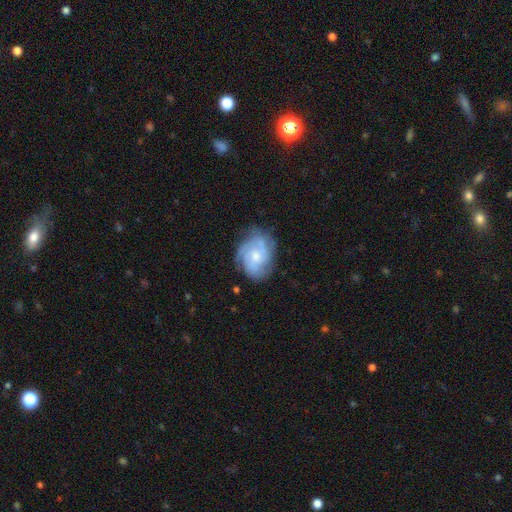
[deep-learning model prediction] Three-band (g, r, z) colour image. It shows a featured or disk galaxy (72%) with no bar (70%), 3 (33%) tight (47%) spiral arms (91%) and a moderate central bulge (48%). Merging: none (68%).